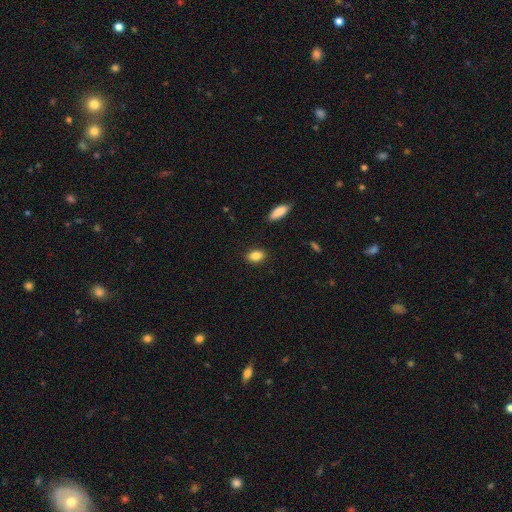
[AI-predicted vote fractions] This is clearly a smooth galaxy (86%). How rounded: clearly in between (83%). Merging: clearly none (89%).